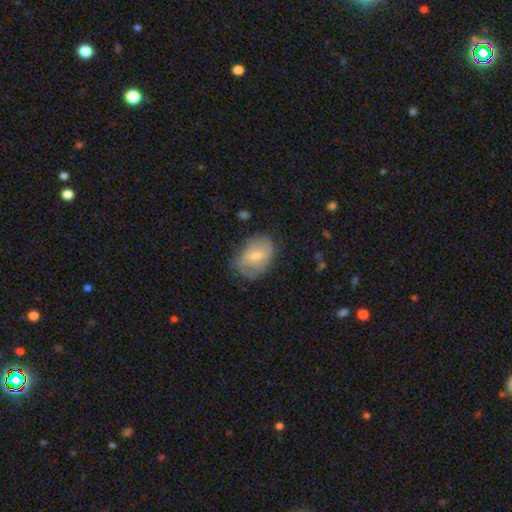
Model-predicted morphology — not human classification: Overall: featured or disk (52%; smooth 42%). Edge-on disk: no (96%). Merging: none (66%).